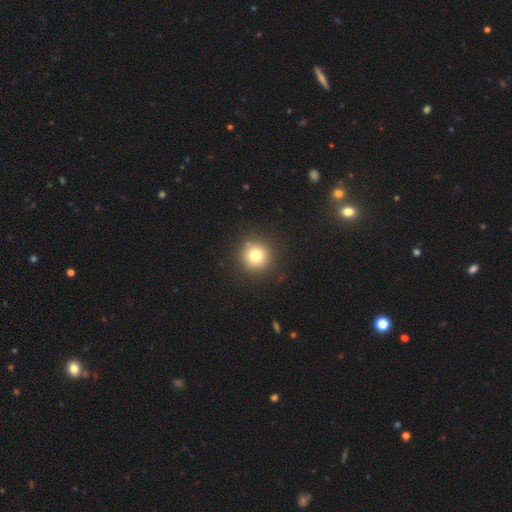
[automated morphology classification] The model was most divided on "smooth or featured": smooth: 77%, star or artifact: 13%, featured or disk: 10%. More confident: how rounded — round (94%); merging — none (88%).